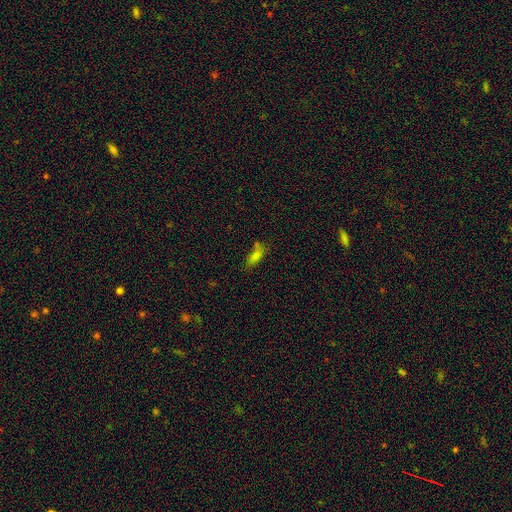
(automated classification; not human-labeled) Smooth or featured? smooth (75%)
How rounded? in between (72%)
Merging? none (49%)